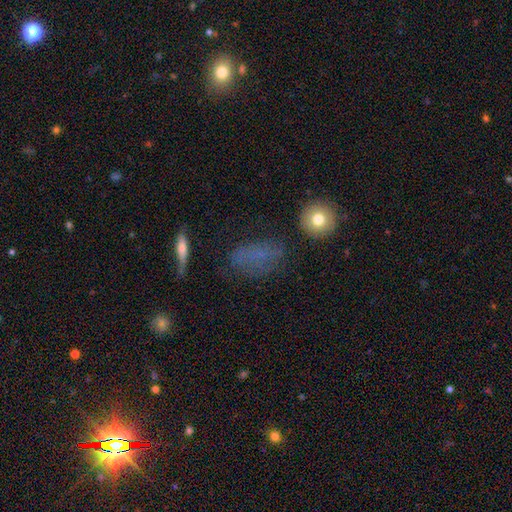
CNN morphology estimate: type=smooth (52%); roundness=in between (69%); merging=none (62%).